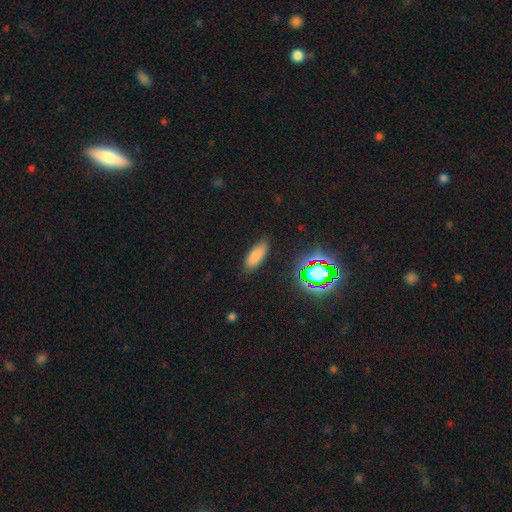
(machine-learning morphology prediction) smooth_or_featured: smooth (p=0.79) [alt: star or artifact p=0.14]
how_rounded: in between (p=0.72) [alt: cigar-shaped p=0.26]
merging: none (p=0.86) [alt: minor disturbance p=0.10]